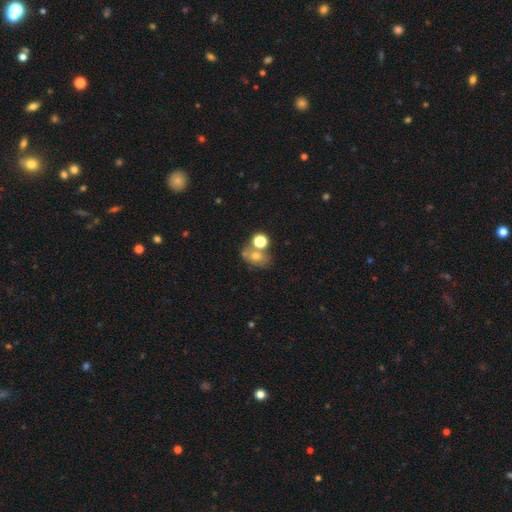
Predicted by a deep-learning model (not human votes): Smooth or featured? smooth (62%)
How rounded? in between (53%)
Merging? none (45%)